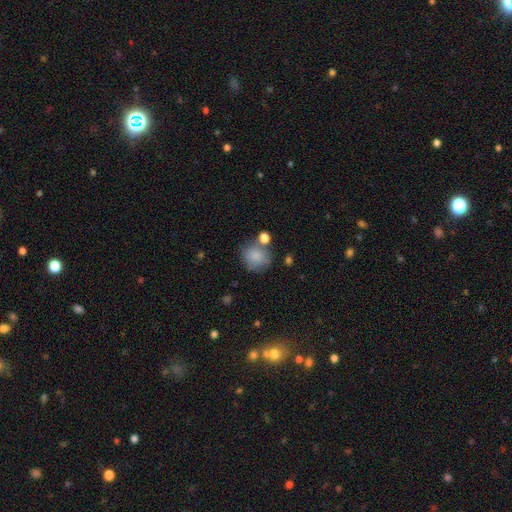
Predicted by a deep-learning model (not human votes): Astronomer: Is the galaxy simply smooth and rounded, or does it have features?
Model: smooth — 82%.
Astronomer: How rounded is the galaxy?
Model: round — 85%.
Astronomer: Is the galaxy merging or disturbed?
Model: none — 61%.